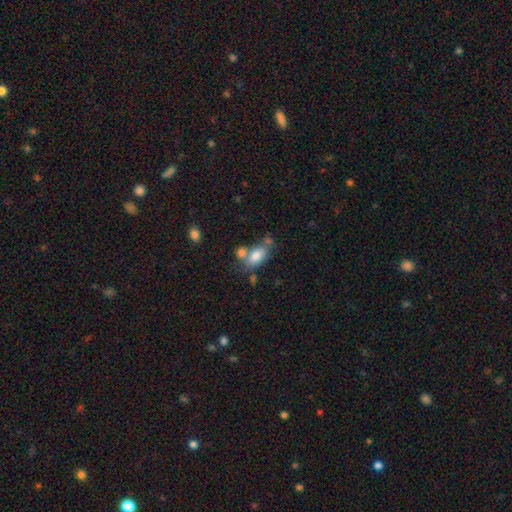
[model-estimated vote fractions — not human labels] A smooth galaxy with no disk features (79%) that is in between round and cigar-shaped (89%). Merging: none (45%).